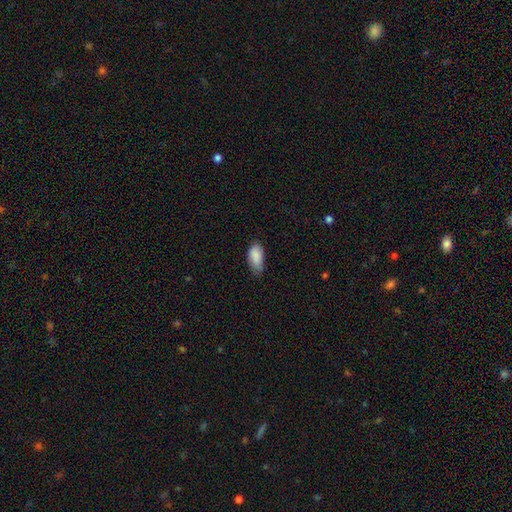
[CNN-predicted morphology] Smooth or featured? smooth (88%)
How rounded? in between (92%)
Merging? none (54%)